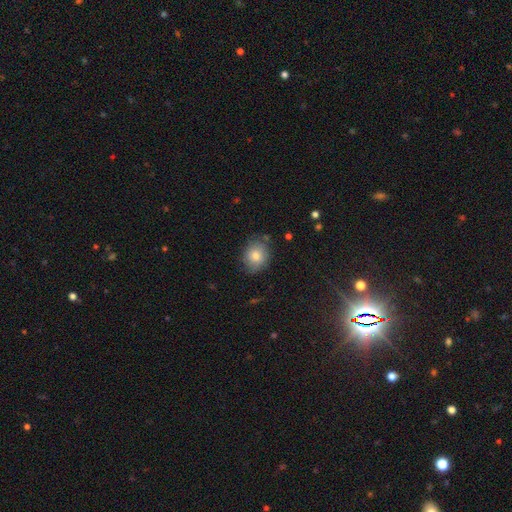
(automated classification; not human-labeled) Q: Smooth or featured?
A: smooth (79%); runner-up: featured or disk (12%)
Q: How rounded?
A: round (56%); runner-up: in between (43%)
Q: Merging?
A: none (76%); runner-up: minor disturbance (18%)